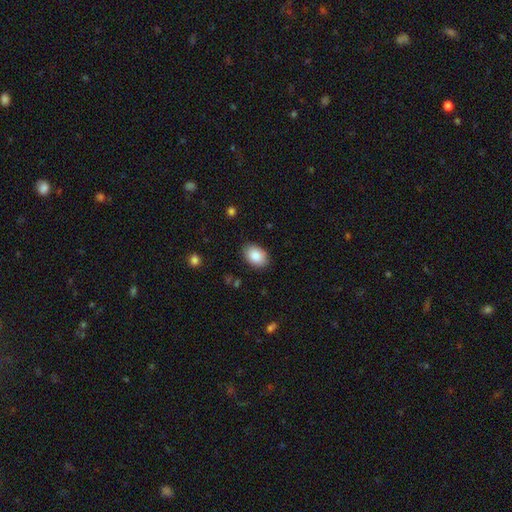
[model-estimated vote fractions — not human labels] The model was most divided on "how rounded": in between: 86%, round: 13%, cigar-shaped: 1%. More confident: smooth or featured — smooth (87%); merging — none (85%).